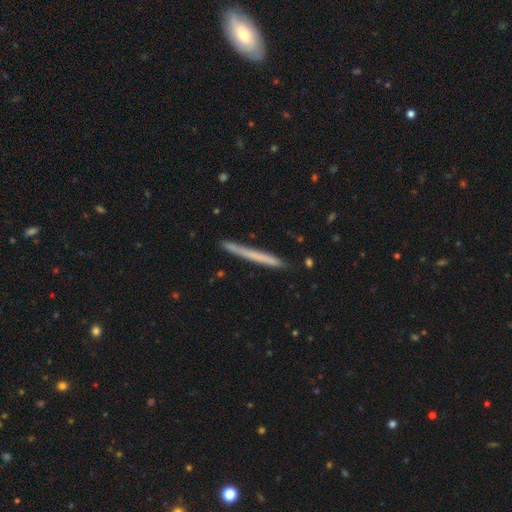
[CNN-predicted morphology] A smooth galaxy with no disk features (59%) that is cigar-shaped (97%).

Vote fractions:
- Smooth or featured? smooth: 59% / featured or disk: 35% / star or artifact: 6%
- How rounded? cigar-shaped: 97% / in between: 1% / round: 1%
- Merging? none: 87% / minor disturbance: 10% / merger: 2% / major disturbance: 2%